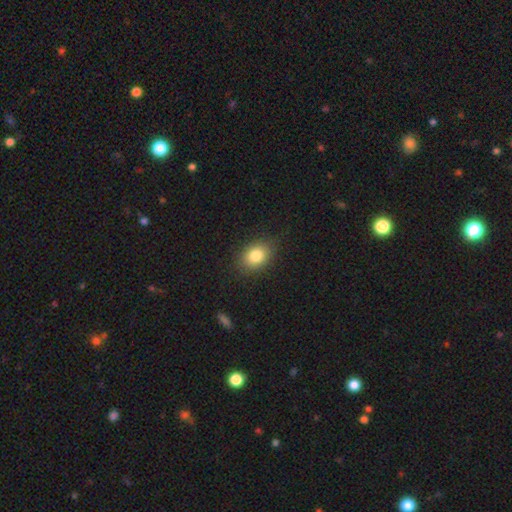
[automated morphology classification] This is clearly a smooth galaxy (82%). How rounded: likely in between (68%). Merging: clearly none (83%).